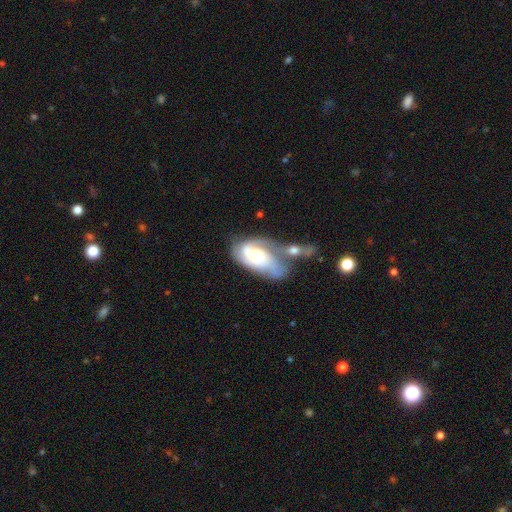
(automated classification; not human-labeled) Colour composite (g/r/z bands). It shows a featured or disk galaxy (69%) with no bar (63%), 2 (41%) medium (41%) spiral arms (88%) and a moderate central bulge (56%). Merging: merger (48%).